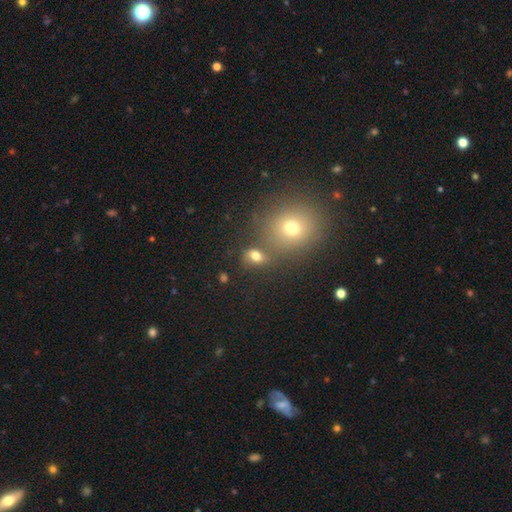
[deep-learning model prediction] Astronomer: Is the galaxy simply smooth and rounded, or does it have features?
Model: smooth — 72%.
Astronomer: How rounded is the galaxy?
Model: in between — 53% (runner-up: round, 45%).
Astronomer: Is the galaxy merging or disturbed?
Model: none — 58%.